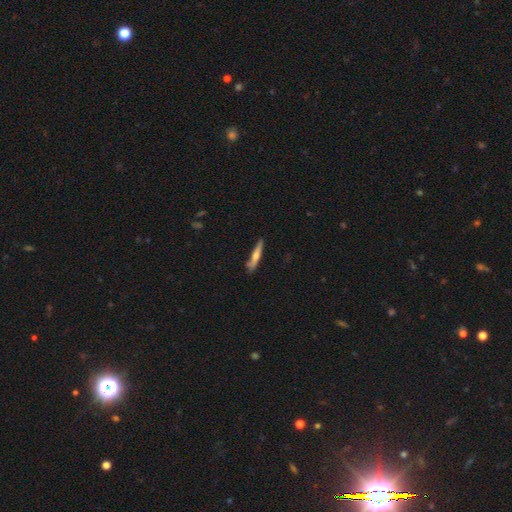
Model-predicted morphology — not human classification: A smooth galaxy with no disk features (55%) that is cigar-shaped (91%).

Vote fractions:
- Smooth or featured? smooth: 55% / featured or disk: 39% / star or artifact: 6%
- How rounded? cigar-shaped: 91% / in between: 7% / round: 2%
- Merging? none: 79% / minor disturbance: 16% / merger: 3% / major disturbance: 3%